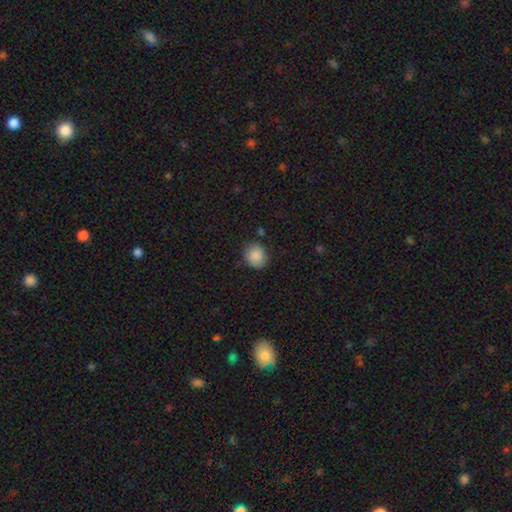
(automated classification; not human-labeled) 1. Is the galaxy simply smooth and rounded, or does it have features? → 87% smooth, 8% star or artifact, 5% featured or disk.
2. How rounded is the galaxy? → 75% round, 24% in between, 1% cigar-shaped.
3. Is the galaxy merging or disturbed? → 80% none, 15% minor disturbance, 3% major disturbance, 2% merger.